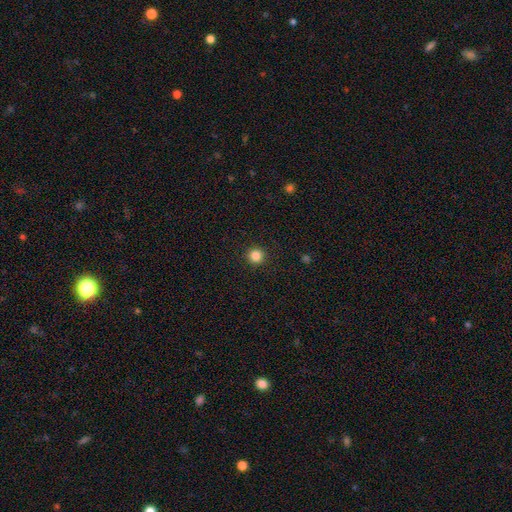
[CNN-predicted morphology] smooth_or_featured: smooth (p=0.84) [alt: star or artifact p=0.12]
how_rounded: round (p=0.95) [alt: in between p=0.04]
merging: none (p=0.93) [alt: minor disturbance p=0.04]